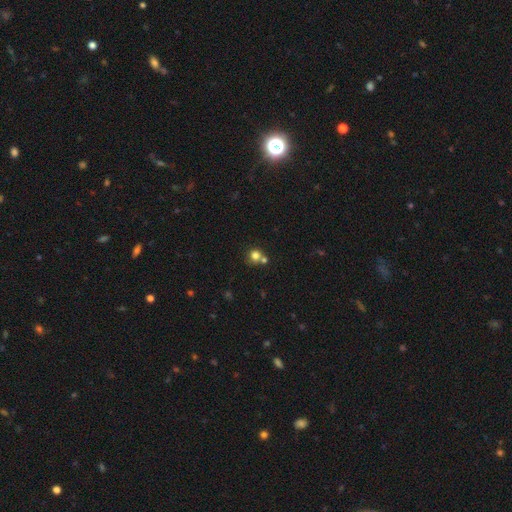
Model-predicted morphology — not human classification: Q: Smooth or featured?
A: smooth (78%); runner-up: star or artifact (13%)
Q: How rounded?
A: round (89%); runner-up: in between (10%)
Q: Merging?
A: none (58%); runner-up: merger (31%)